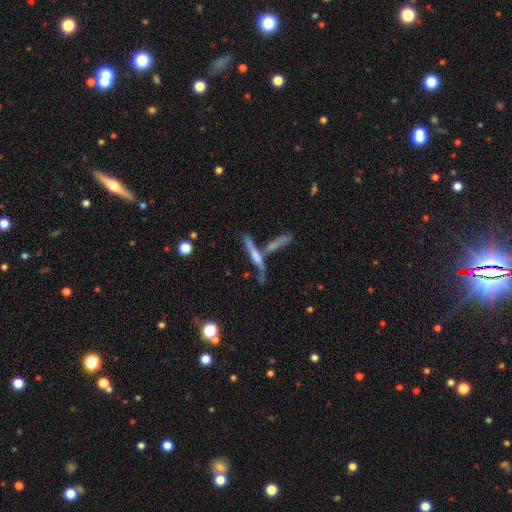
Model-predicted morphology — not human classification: Overall: featured or disk (64%). Edge-on disk: yes (84%). Edge-on bulge: rounded (61%; none 23%). Merging: none (42%; merger 37%).